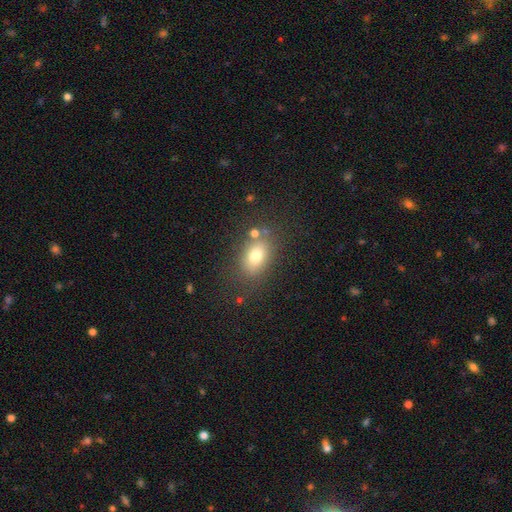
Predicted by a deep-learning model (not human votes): smooth 76%, featured or disk 13%, star or artifact 11%. Down the decision tree: how rounded — in between (79%); merging — none (74%).